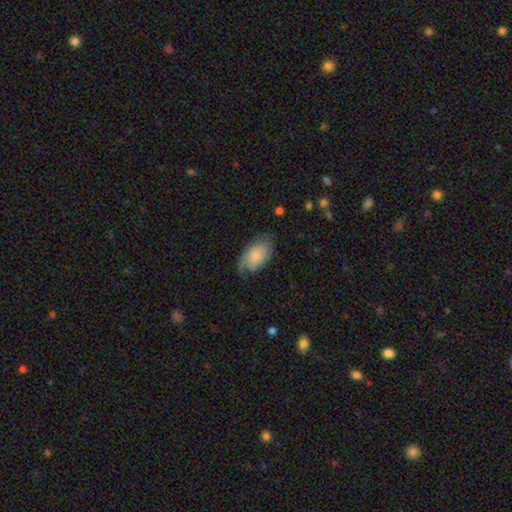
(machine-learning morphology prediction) This is possibly a smooth galaxy (59%). How rounded: clearly in between (91%). Merging: possibly none (58%).